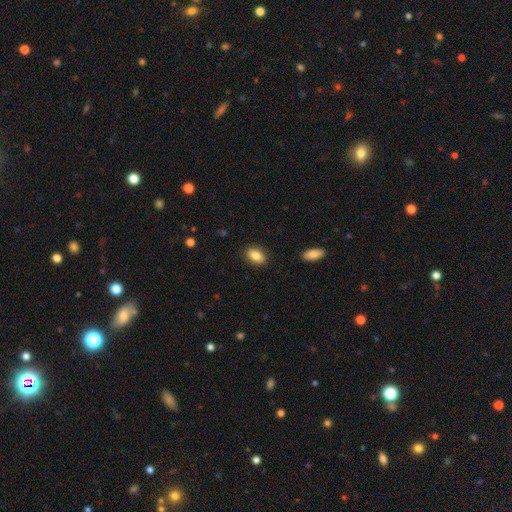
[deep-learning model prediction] A smooth galaxy with no disk features (84%) that is in between round and cigar-shaped (87%).

Vote fractions:
- Smooth or featured? smooth: 84% / featured or disk: 8% / star or artifact: 8%
- How rounded? in between: 87% / round: 11% / cigar-shaped: 2%
- Merging? none: 88% / minor disturbance: 9% / major disturbance: 2% / merger: 1%